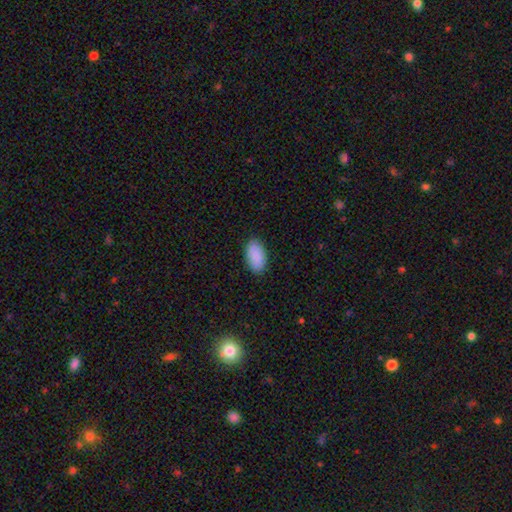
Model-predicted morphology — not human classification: This is clearly a smooth galaxy (91%). How rounded: clearly in between (95%). Merging: clearly none (87%).